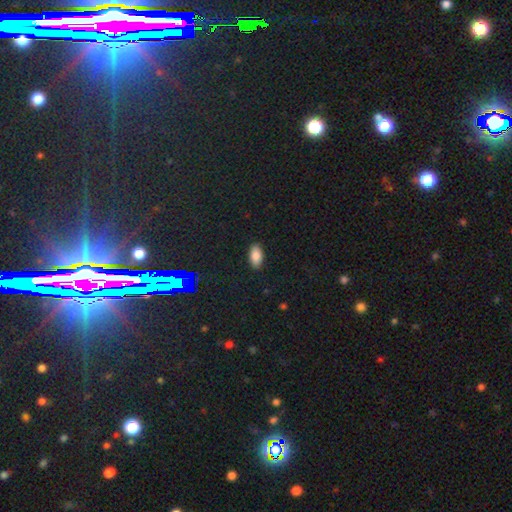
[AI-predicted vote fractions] A smooth galaxy with no disk features (84%) that is in between round and cigar-shaped (93%).

Vote fractions:
- Smooth or featured? smooth: 84% / star or artifact: 10% / featured or disk: 6%
- How rounded? in between: 93% / round: 3% / cigar-shaped: 3%
- Merging? none: 88% / minor disturbance: 8% / major disturbance: 2% / merger: 1%